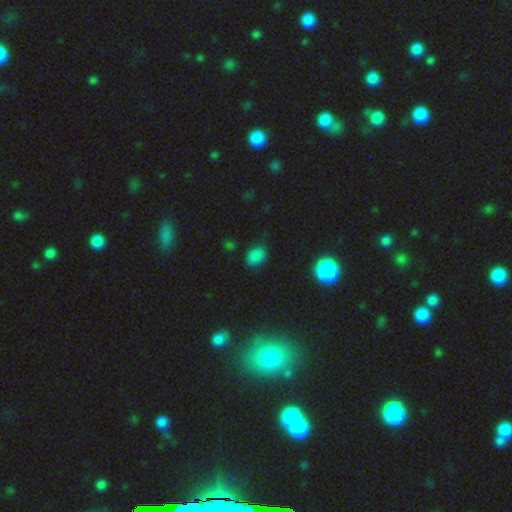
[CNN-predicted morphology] Smooth or featured? smooth (77%)
How rounded? in between (69%)
Merging? none (77%)